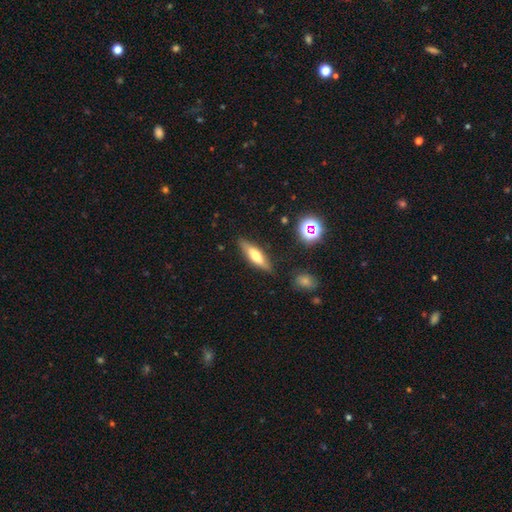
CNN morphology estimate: This appears to be a smooth galaxy with no disk features (55%) that is cigar-shaped (65%). Merging: none (83%).